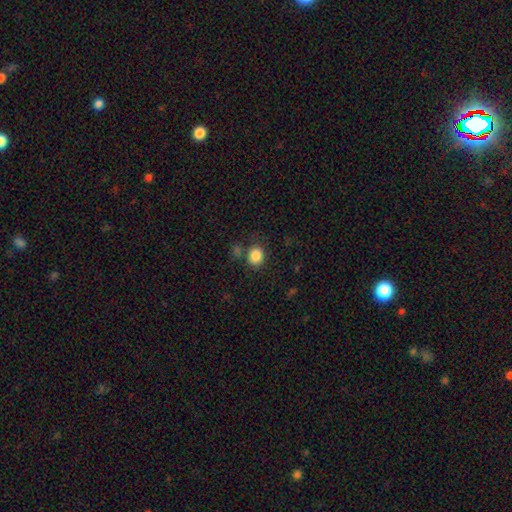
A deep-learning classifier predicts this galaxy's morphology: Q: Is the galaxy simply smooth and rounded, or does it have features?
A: smooth — 86%.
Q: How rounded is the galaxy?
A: round — 71%.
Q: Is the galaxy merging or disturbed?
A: none — 75%.